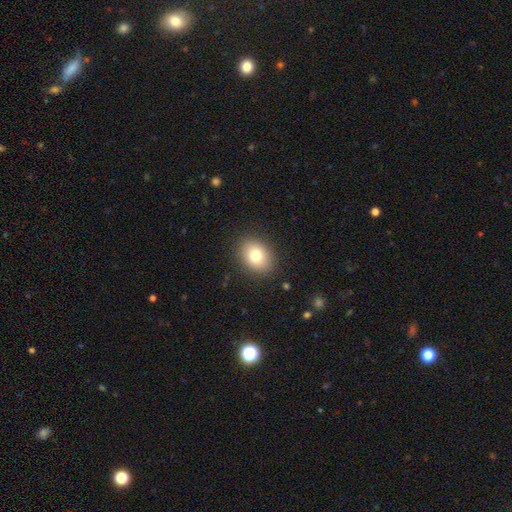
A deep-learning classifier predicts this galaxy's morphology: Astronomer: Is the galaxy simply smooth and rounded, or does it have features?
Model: smooth — 78%.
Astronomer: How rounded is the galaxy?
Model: in between — 60% (runner-up: round, 39%).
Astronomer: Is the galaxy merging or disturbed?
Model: none — 88%.